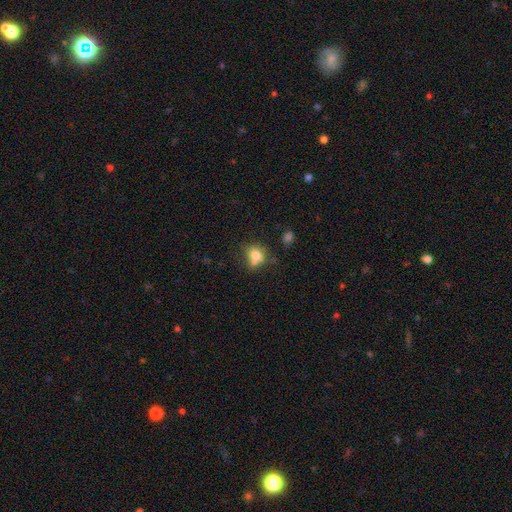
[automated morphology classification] The model was most divided on "how rounded": round: 59%, in between: 40%, cigar-shaped: 1%. Remaining: smooth or featured — smooth (77%); merging — none (48%).